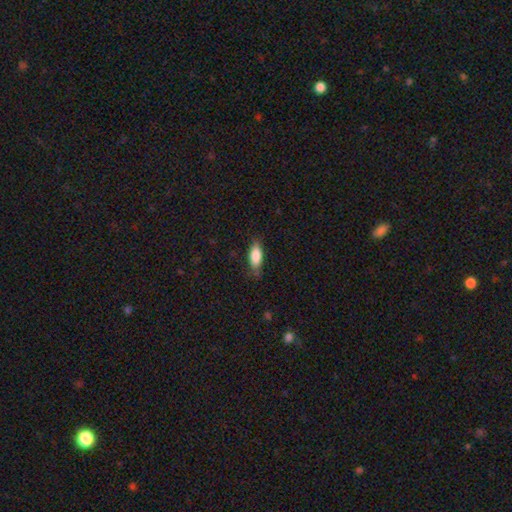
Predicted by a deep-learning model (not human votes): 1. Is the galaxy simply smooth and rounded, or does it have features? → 83% smooth, 11% featured or disk, 7% star or artifact.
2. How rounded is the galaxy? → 77% in between, 20% cigar-shaped, 2% round.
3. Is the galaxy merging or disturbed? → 74% none, 20% minor disturbance, 4% major disturbance, 1% merger.